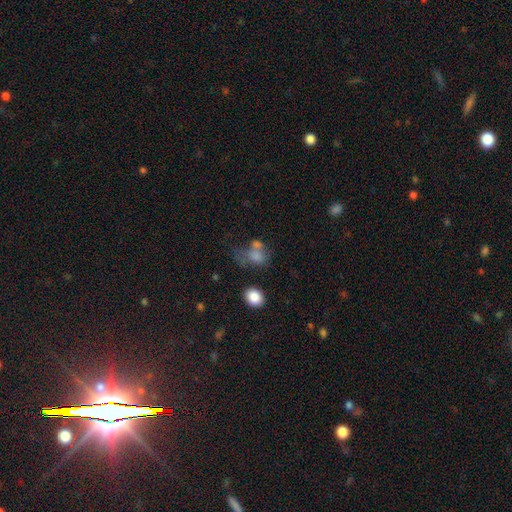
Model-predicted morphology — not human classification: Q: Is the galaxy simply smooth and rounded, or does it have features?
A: smooth — 64%.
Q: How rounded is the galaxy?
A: in between — 58%.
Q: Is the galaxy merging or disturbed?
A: none — 33%.